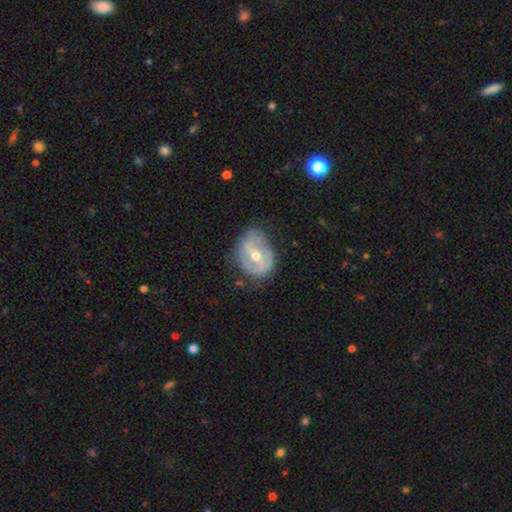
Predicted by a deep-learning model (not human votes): Smooth or featured: featured or disk — 66% (smooth — 28%)
Edge-on disk: no — 95% (yes — 5%)
Bar: weak — 40% (strong — 35%)
Spiral arms: no — 50% (tied with yes — 50%)
Bulge size: moderate — 70% (small — 26%)
Merging: none — 62% (minor disturbance — 28%)